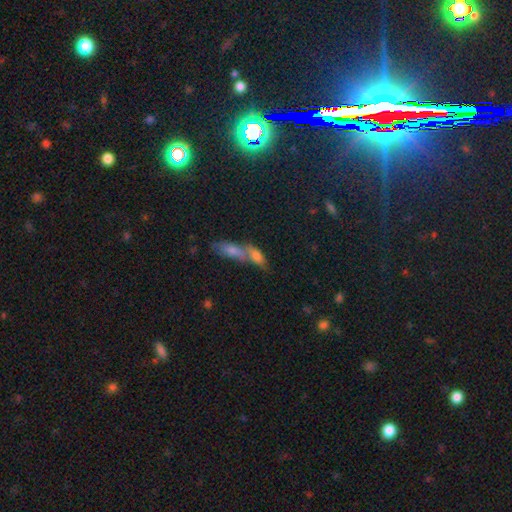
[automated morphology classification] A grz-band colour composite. It shows a smooth galaxy with no disk features (67%) that is in between round and cigar-shaped (68%). Merging: merger (62%).